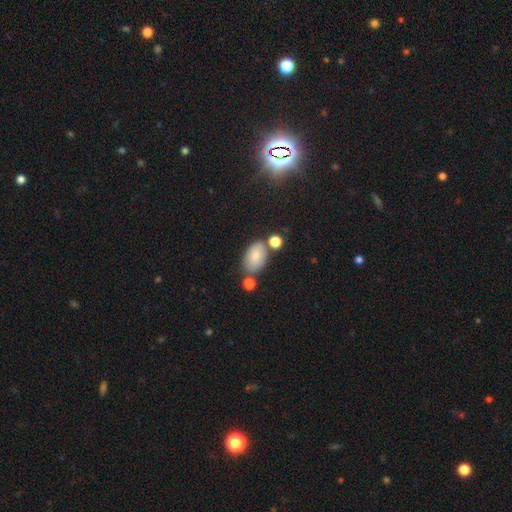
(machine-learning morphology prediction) smooth 81%, featured or disk 11%, star or artifact 9%. Down the decision tree: how rounded — in between (92%); merging — none (64%).